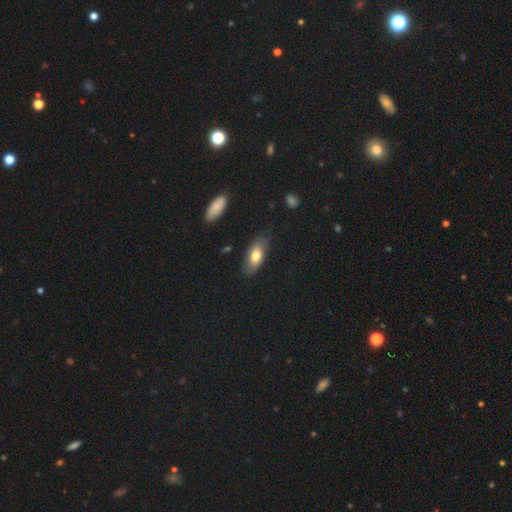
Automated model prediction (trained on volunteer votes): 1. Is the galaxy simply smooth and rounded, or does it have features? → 73% smooth, 20% featured or disk, 7% star or artifact.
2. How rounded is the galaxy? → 85% in between, 11% cigar-shaped, 4% round.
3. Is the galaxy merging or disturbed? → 79% none, 16% minor disturbance, 3% major disturbance, 2% merger.